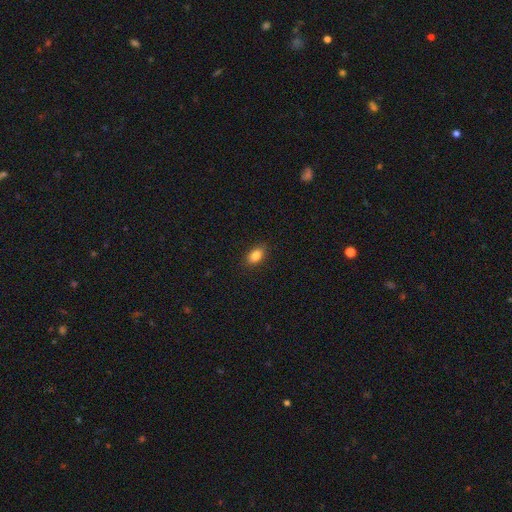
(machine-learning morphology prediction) smooth_or_featured: smooth (p=0.85) [alt: star or artifact p=0.08]
how_rounded: in between (p=0.88) [alt: round p=0.09]
merging: none (p=0.89) [alt: minor disturbance p=0.08]